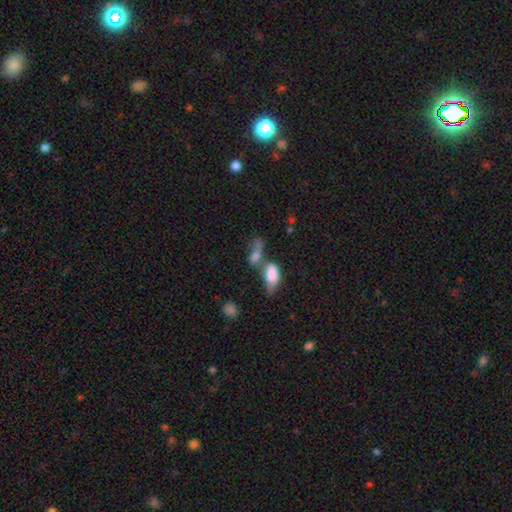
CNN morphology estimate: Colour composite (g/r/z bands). It shows a smooth galaxy with no disk features (68%) that is in between round and cigar-shaped (79%). Merging: merger (61%).